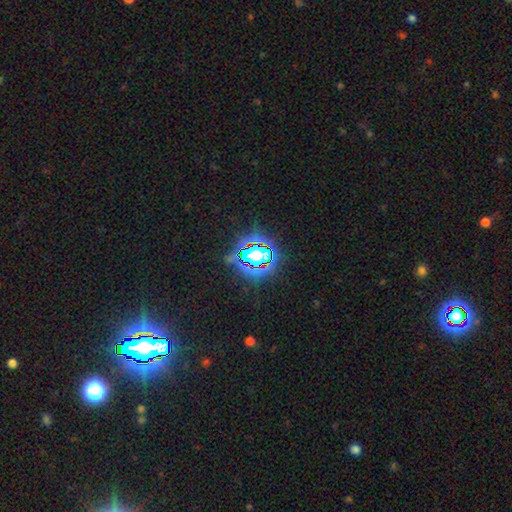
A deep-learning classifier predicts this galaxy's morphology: A star or artifact, not a galaxy (80%).

Vote fractions:
- Smooth or featured? star or artifact: 80% / smooth: 12% / featured or disk: 9%